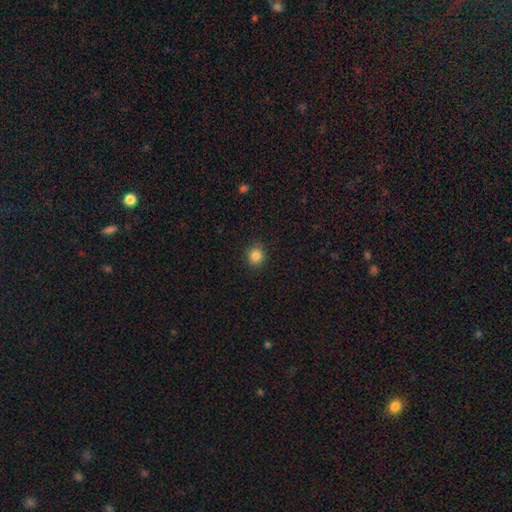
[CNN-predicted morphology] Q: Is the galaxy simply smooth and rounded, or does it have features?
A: smooth — 85%.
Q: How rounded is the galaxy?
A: round — 84%.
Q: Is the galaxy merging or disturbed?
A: none — 90%.